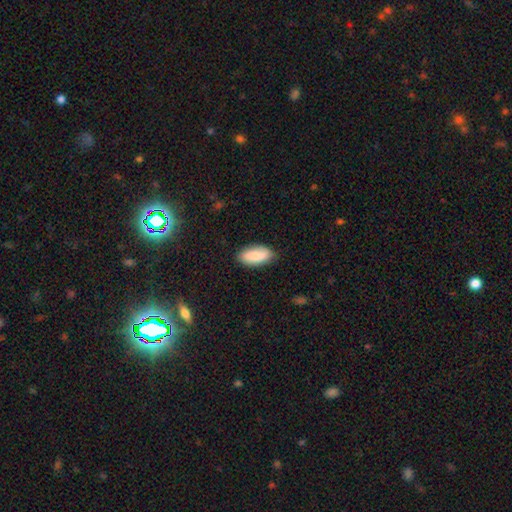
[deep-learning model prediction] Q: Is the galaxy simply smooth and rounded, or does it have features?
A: smooth — 81%.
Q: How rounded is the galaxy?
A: in between — 90%.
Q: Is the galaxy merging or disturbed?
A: none — 84%.